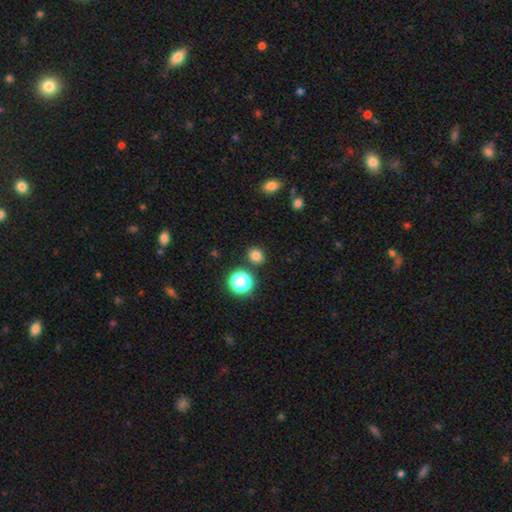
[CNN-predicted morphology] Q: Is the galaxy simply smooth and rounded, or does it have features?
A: smooth — 79%.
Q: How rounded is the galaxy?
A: round — 73%.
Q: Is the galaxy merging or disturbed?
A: none — 86%.